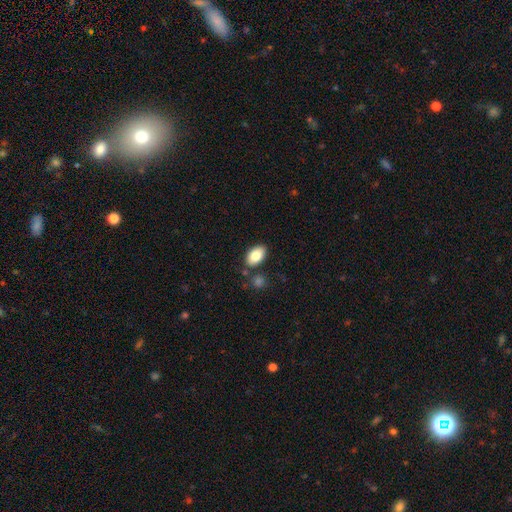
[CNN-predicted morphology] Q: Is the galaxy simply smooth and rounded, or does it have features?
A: smooth — 85%.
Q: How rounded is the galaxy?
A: in between — 92%.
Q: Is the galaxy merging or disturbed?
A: none — 80%.